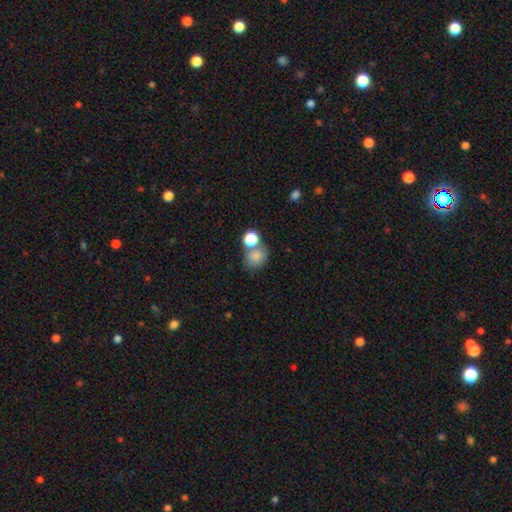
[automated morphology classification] This appears to be a smooth galaxy with no disk features (79%) that is round (59%). Merging: none (49%).